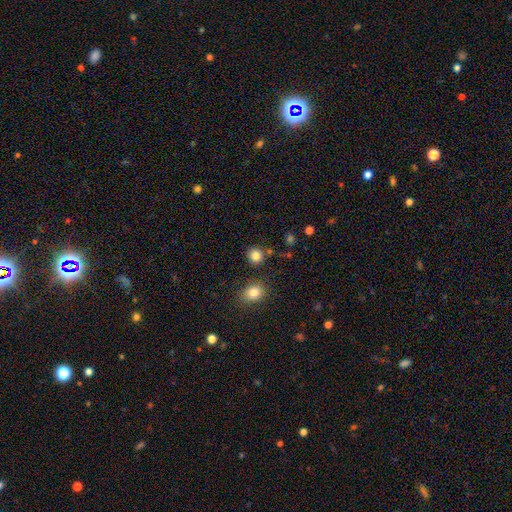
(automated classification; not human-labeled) smooth 84%, star or artifact 11%, featured or disk 4%. Down the decision tree: how rounded — round (89%); merging — none (85%).